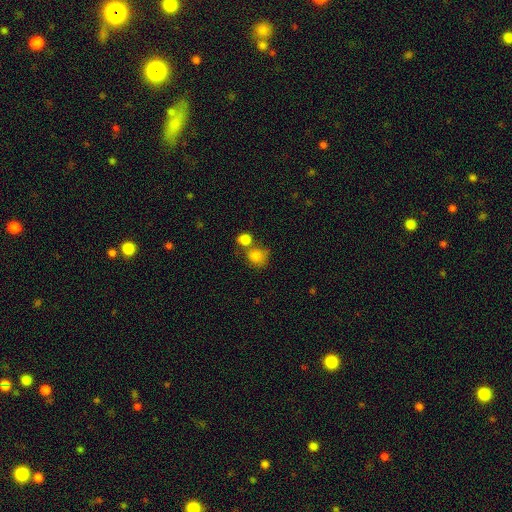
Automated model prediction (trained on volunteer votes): A smooth galaxy with no disk features (82%) that is round (75%).

Vote fractions:
- Smooth or featured? smooth: 82% / star or artifact: 10% / featured or disk: 8%
- How rounded? round: 75% / in between: 24% / cigar-shaped: 1%
- Merging? none: 41% / merger: 40% / minor disturbance: 13% / major disturbance: 6%